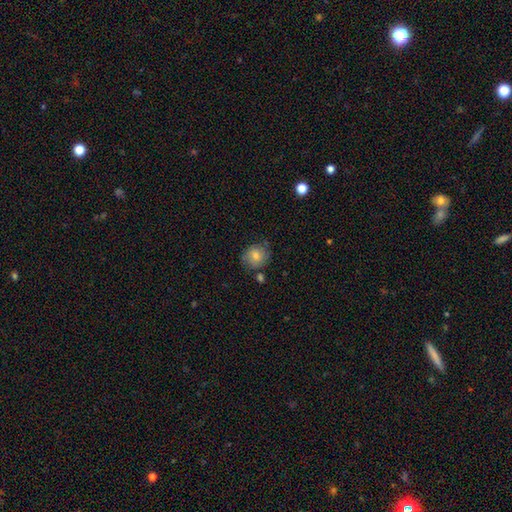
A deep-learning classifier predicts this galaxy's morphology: This appears to be a smooth galaxy with no disk features (77%) that is round (78%). Merging: none (71%).